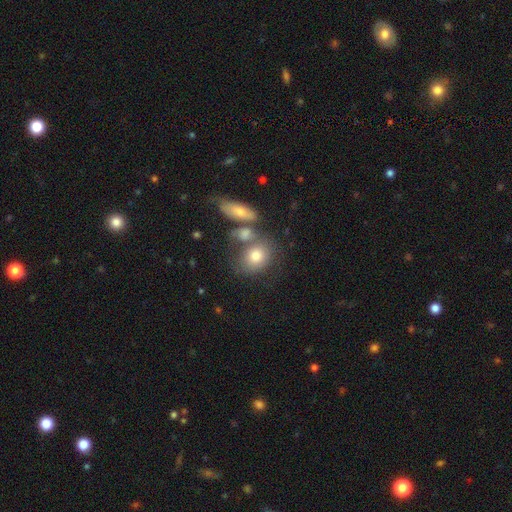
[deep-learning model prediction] Morphology: type=smooth (73%); roundness=in between (49%, tied with round); merging=none (44%).